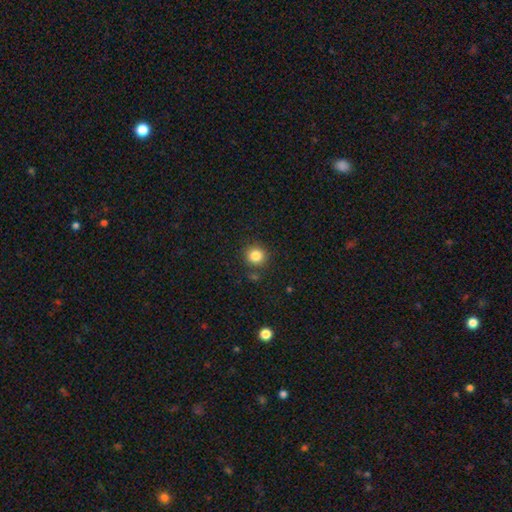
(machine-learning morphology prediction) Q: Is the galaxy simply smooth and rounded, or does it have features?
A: smooth — 84%.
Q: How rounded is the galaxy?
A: round — 90%.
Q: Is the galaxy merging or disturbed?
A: none — 86%.